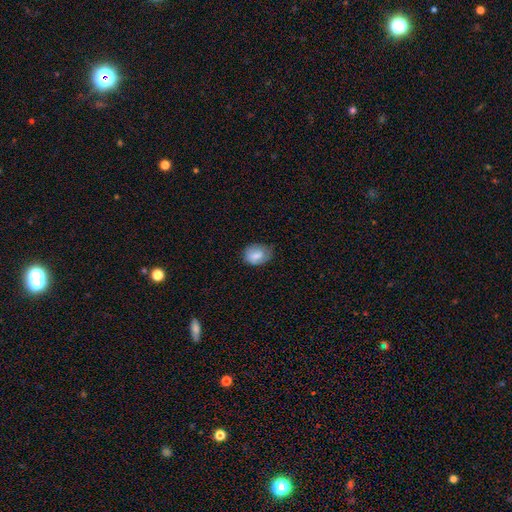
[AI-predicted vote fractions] Overall: smooth (78%). How rounded: in between (67%; round 32%). Merging: none (63%; minor disturbance 29%).